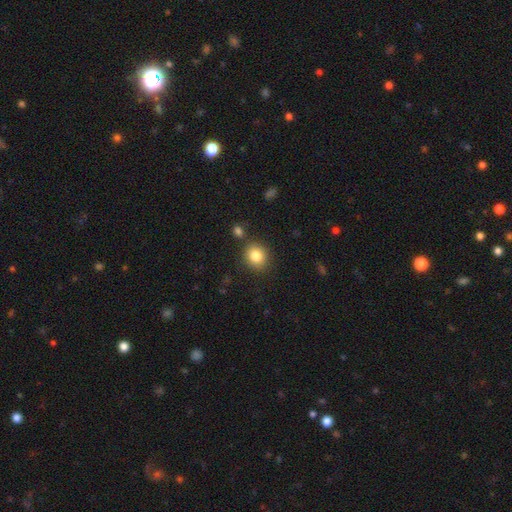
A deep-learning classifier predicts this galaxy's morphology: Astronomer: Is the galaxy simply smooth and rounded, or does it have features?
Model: smooth — 83%.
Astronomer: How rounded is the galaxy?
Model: round — 79%.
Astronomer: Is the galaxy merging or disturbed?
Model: none — 83%.